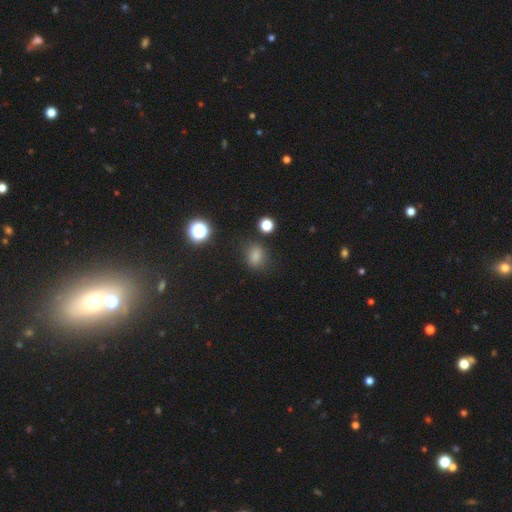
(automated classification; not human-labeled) smooth 77%, star or artifact 17%, featured or disk 6%. Down the decision tree: how rounded — in between (52%); merging — none (75%).